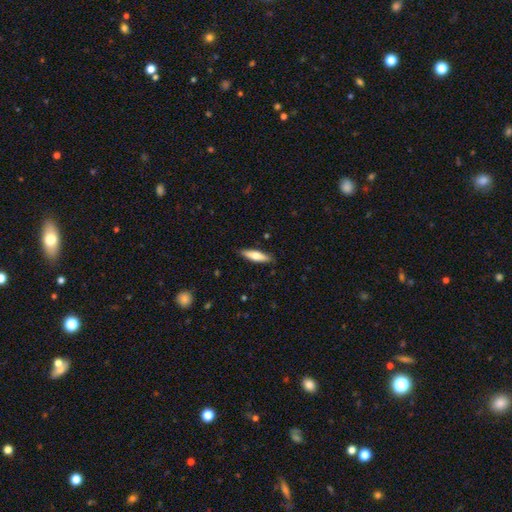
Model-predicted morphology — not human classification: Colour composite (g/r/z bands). It shows a smooth galaxy with no disk features (66%) that is cigar-shaped (66%). Merging: none (88%).